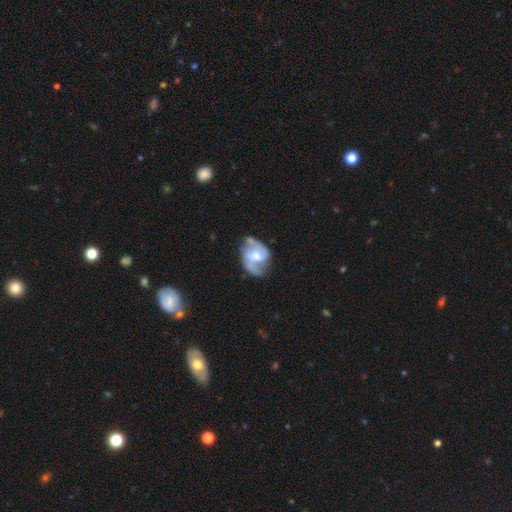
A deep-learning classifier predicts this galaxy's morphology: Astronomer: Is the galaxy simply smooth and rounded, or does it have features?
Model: featured or disk — 78%.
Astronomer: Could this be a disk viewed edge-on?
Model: no — 97%.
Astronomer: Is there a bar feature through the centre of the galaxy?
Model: weak — 48% (runner-up: no, 35%).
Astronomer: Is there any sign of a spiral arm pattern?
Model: yes — 90%.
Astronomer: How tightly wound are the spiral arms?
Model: medium — 48% (runner-up: loose, 35%).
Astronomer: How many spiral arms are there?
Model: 2 — 85%.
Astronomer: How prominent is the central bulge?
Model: moderate — 65%.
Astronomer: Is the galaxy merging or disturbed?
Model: none — 60%.